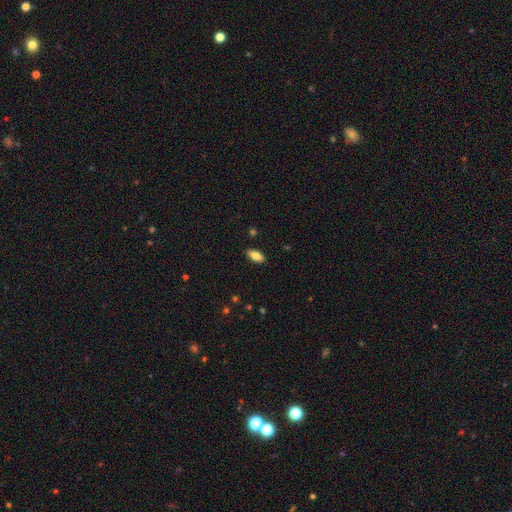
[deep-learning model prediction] Smooth or featured?
  - smooth: 83% *
  - featured or disk: 10%
  - star or artifact: 7%
How rounded?
  - in between: 90% *
  - cigar-shaped: 7%
  - round: 3%
Merging?
  - none: 88% *
  - minor disturbance: 9%
  - major disturbance: 2%
  - merger: 1%